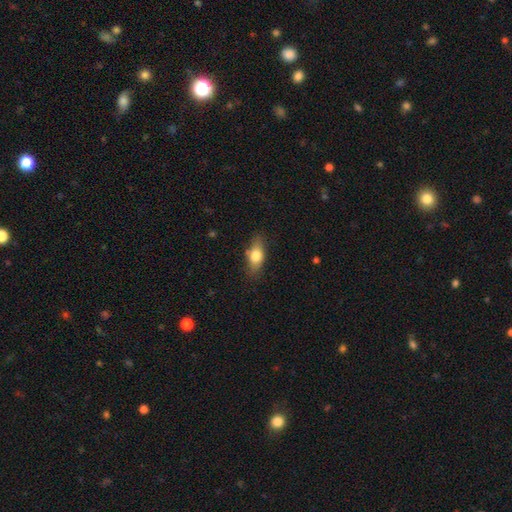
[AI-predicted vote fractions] Smooth or featured? smooth (70%)
How rounded? in between (75%)
Merging? none (79%)